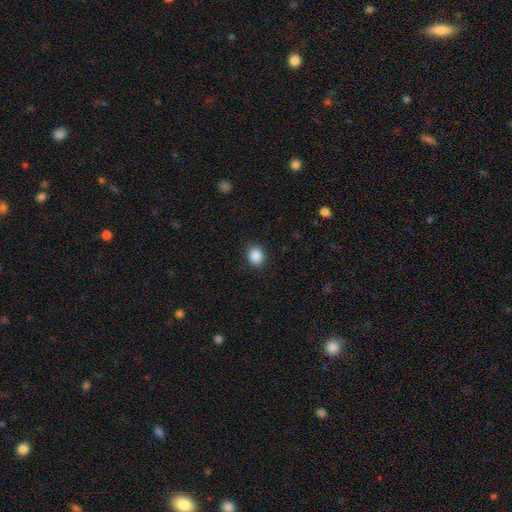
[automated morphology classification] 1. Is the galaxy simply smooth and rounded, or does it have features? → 88% smooth, 9% star or artifact, 3% featured or disk.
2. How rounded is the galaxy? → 66% round, 33% in between, 1% cigar-shaped.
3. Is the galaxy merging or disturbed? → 89% none, 7% minor disturbance, 2% major disturbance, 1% merger.